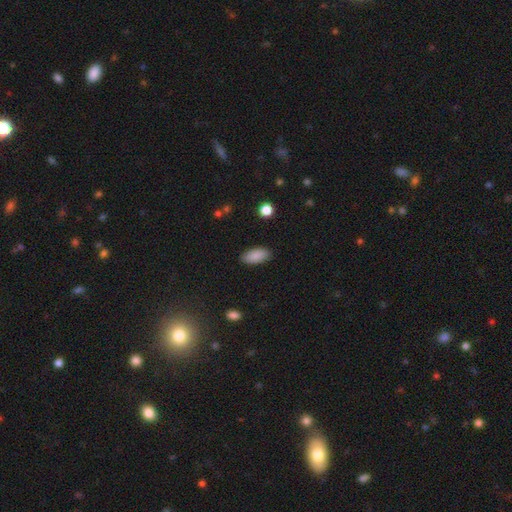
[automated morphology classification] Smooth or featured?
  - smooth: 88% *
  - star or artifact: 7%
  - featured or disk: 5%
How rounded?
  - in between: 91% *
  - cigar-shaped: 7%
  - round: 2%
Merging?
  - none: 88% *
  - minor disturbance: 9%
  - major disturbance: 2%
  - merger: 1%